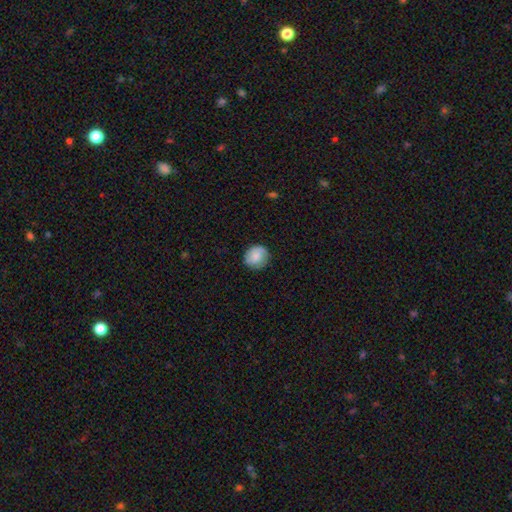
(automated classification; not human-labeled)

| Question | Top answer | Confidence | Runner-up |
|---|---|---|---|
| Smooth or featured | smooth | 74% | featured or disk (19%) |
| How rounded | round | 86% | in between (13%) |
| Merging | none | 82% | minor disturbance (14%) |